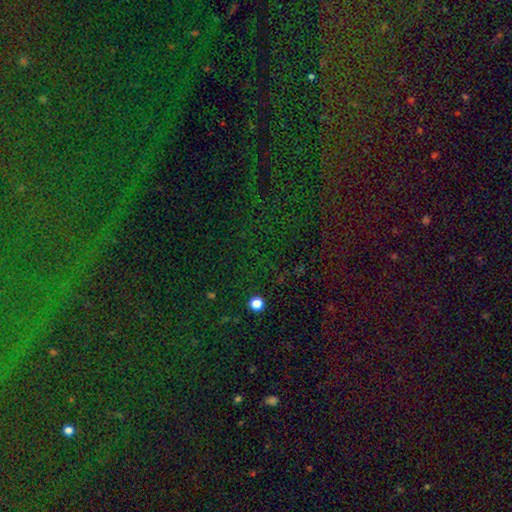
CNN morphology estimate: Q: Smooth or featured?
A: star or artifact (81%); runner-up: smooth (11%)